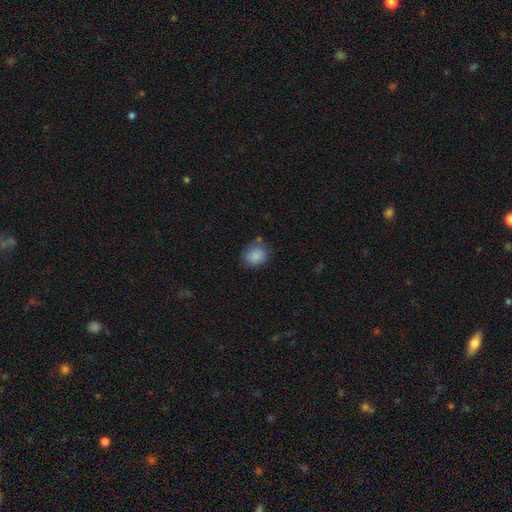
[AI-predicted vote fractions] smooth 87%, star or artifact 8%, featured or disk 5%. Down the decision tree: how rounded — round (62%); merging — none (74%).